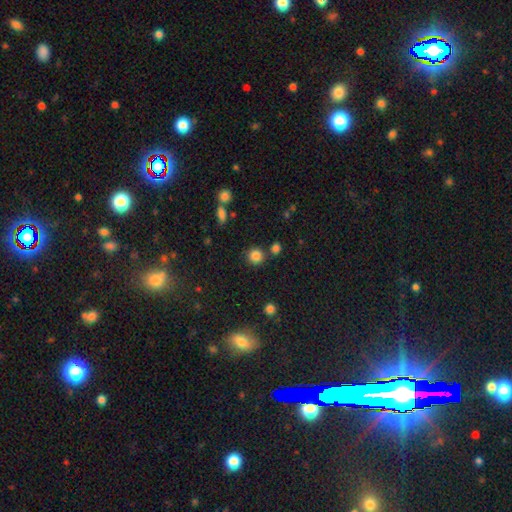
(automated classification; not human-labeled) A smooth galaxy with no disk features (84%) that is round (90%). Merging: none (79%).